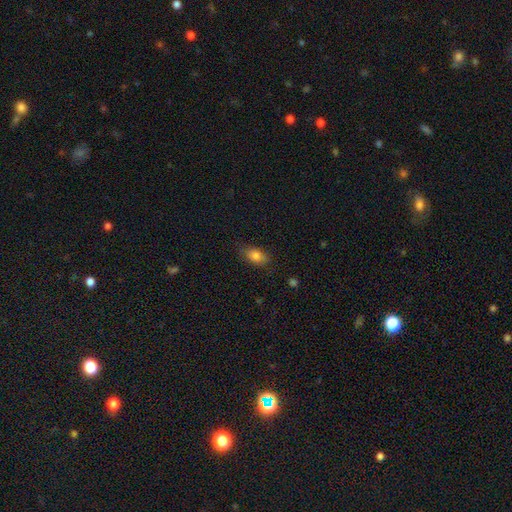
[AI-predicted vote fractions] Smooth or featured? Predicted: smooth (p=0.81). How rounded? Predicted: in between (p=0.85). Merging? Predicted: none (p=0.80).